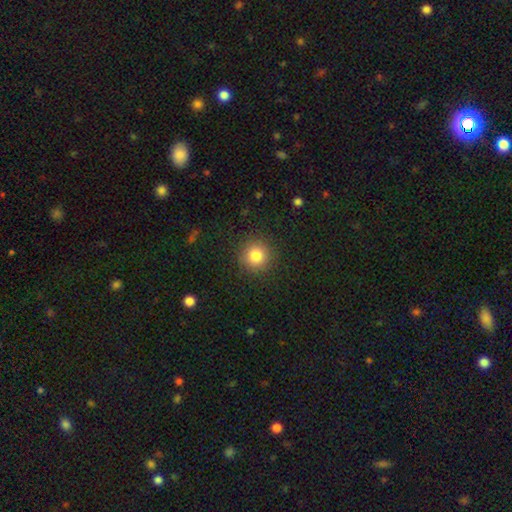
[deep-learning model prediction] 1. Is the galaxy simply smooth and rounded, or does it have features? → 83% smooth, 11% star or artifact, 6% featured or disk.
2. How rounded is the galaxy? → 94% round, 5% in between, 1% cigar-shaped.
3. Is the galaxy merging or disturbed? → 90% none, 6% minor disturbance, 3% major disturbance, 1% merger.